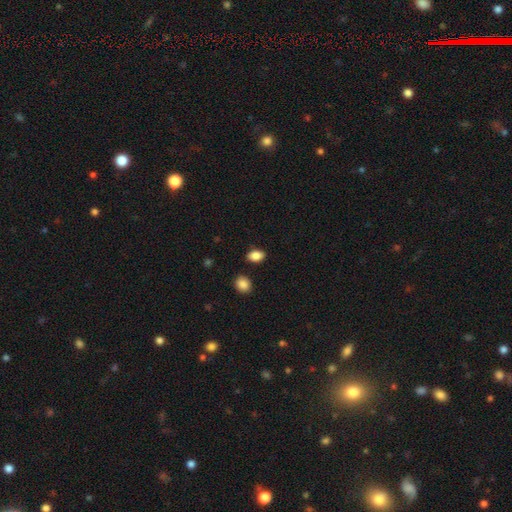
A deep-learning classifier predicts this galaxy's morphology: A smooth galaxy with no disk features (87%) that is in between round and cigar-shaped (86%).

Vote fractions:
- Smooth or featured? smooth: 87% / star or artifact: 8% / featured or disk: 5%
- How rounded? in between: 86% / round: 12% / cigar-shaped: 2%
- Merging? none: 86% / minor disturbance: 9% / merger: 3% / major disturbance: 2%